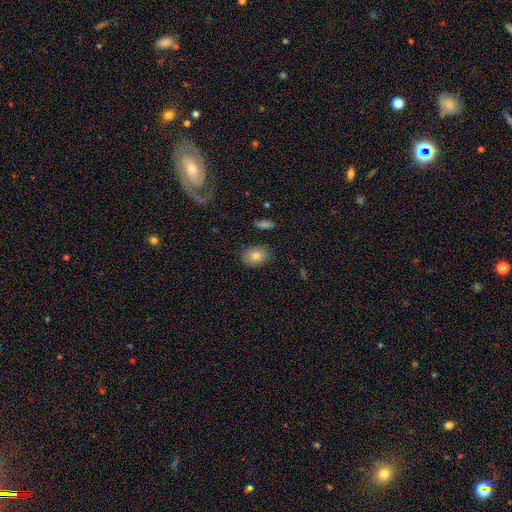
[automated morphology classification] smooth_or_featured: smooth (p=0.76) [alt: featured or disk p=0.15]
how_rounded: in between (p=0.69) [alt: round p=0.30]
merging: none (p=0.84) [alt: minor disturbance p=0.11]